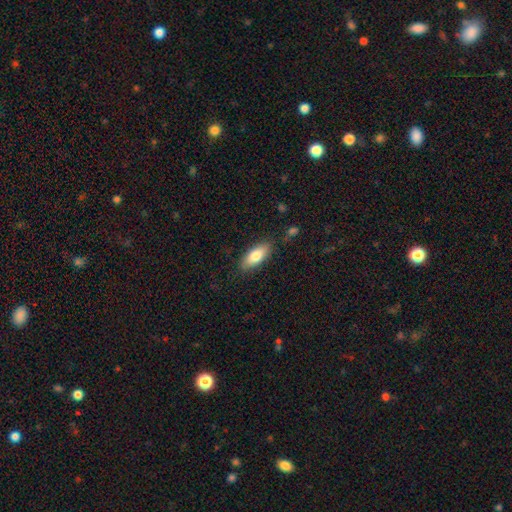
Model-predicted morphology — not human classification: type=smooth (81%); roundness=in between (82%); merging=none (83%).